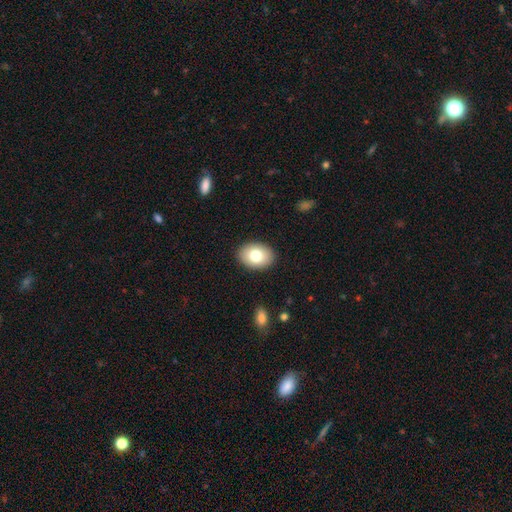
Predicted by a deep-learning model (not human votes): Morphology: type=smooth (78%); roundness=in between (79%); merging=none (90%).